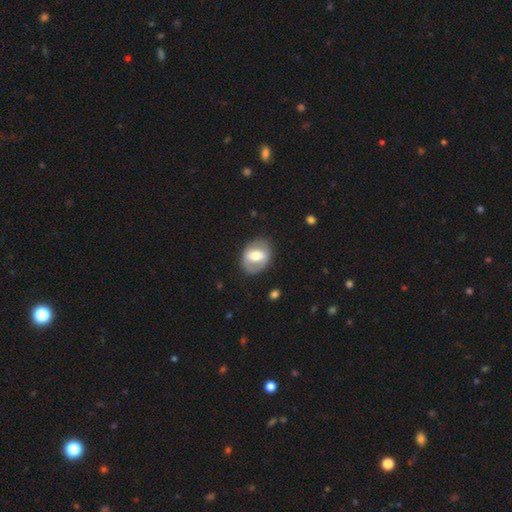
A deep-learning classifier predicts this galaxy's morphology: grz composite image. It shows a smooth galaxy with no disk features (48%). Merging: none (78%).